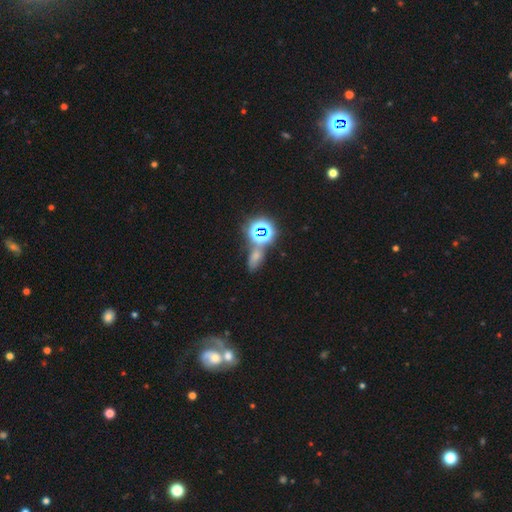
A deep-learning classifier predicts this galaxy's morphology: type=smooth (47%); merging=none (56%).